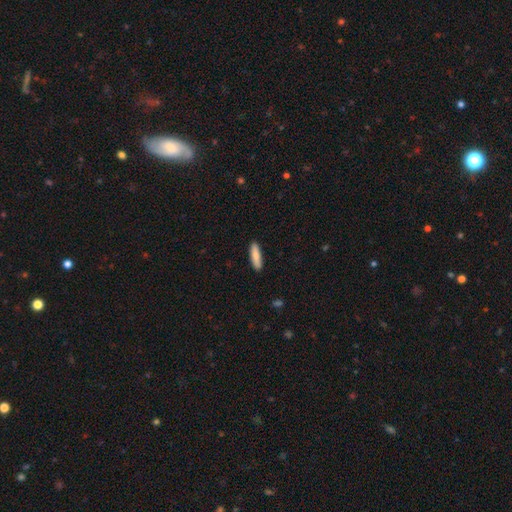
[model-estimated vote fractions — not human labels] Smooth or featured? smooth (85%)
How rounded? cigar-shaped (72%)
Merging? none (90%)